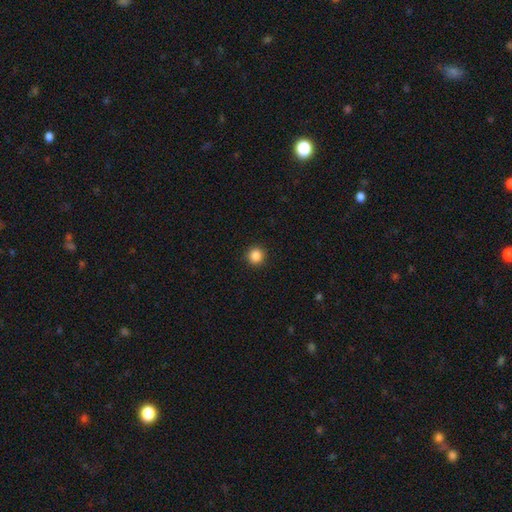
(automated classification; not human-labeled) smooth 87%, star or artifact 10%, featured or disk 3%. Down the decision tree: how rounded — round (94%); merging — none (93%).